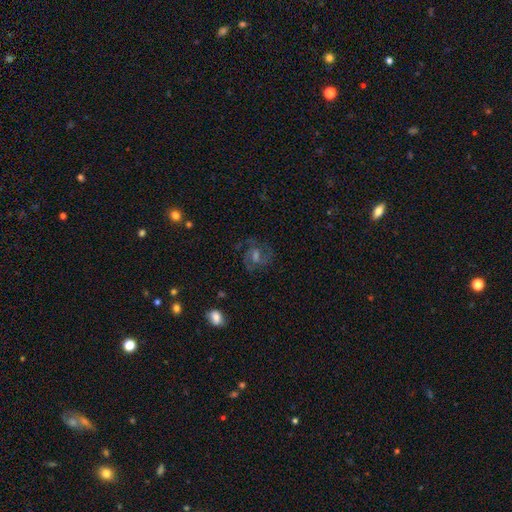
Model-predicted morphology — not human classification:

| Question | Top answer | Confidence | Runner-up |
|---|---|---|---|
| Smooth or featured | featured or disk | 78% | star or artifact (12%) |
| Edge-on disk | no | 97% | yes (3%) |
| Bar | weak | 53% | no (31%) |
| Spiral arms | yes | 96% | no (4%) |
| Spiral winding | medium | 54% | tight (35%) |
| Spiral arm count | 2 | 55% | 3 (19%) |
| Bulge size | moderate | 43% | small (36%) |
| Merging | none | 79% | minor disturbance (12%) |